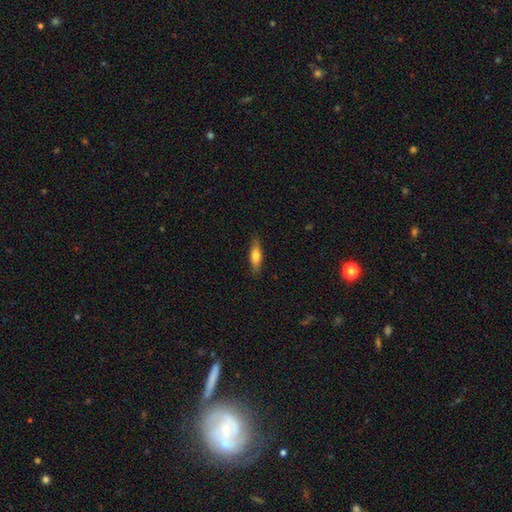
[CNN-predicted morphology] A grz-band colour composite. It shows a smooth galaxy with no disk features (70%) that is cigar-shaped (49%). Merging: none (85%).